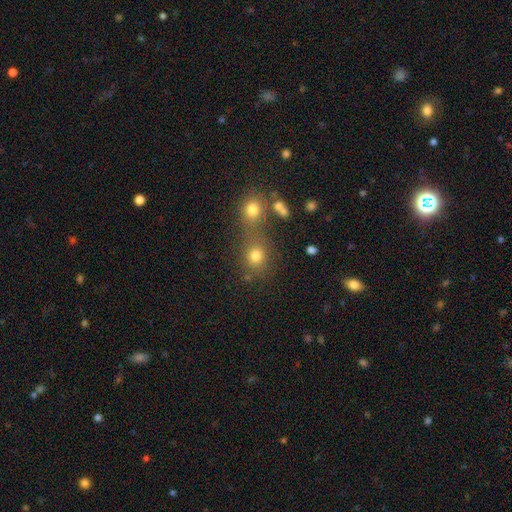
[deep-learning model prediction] Morphology: type=smooth (76%); roundness=round (80%); merging=none (53%).